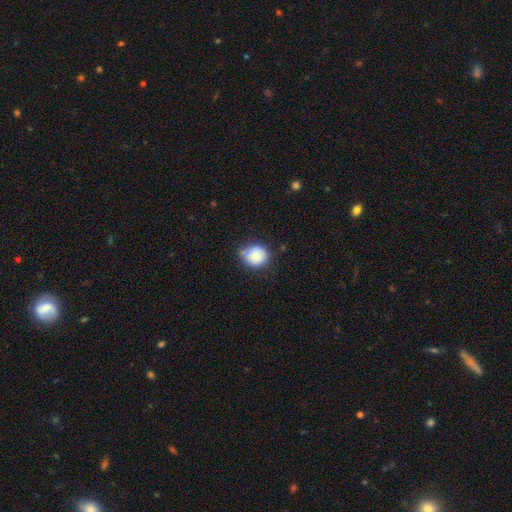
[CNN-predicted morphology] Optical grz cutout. It shows a smooth galaxy with no disk features (80%) that is round (79%). Merging: none (50%).